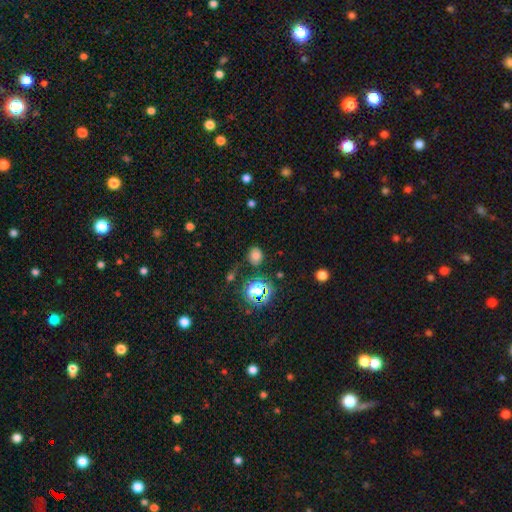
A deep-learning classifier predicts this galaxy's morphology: Smooth or featured? Predicted: smooth (p=0.69). How rounded? Predicted: round (p=0.65). Merging? Predicted: none (p=0.77).